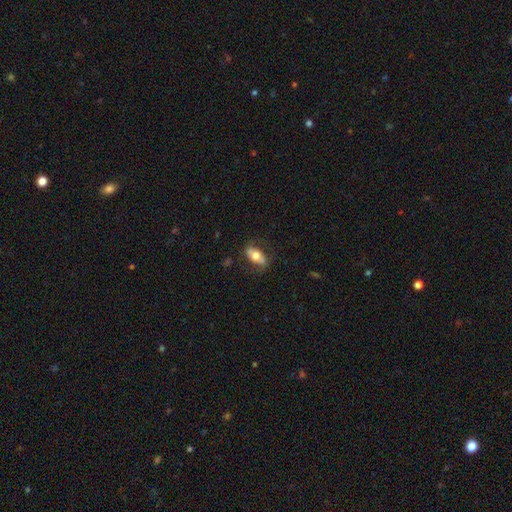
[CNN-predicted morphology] Overall: smooth (57%; featured or disk 36%). How rounded: in between (85%). Merging: none (72%).